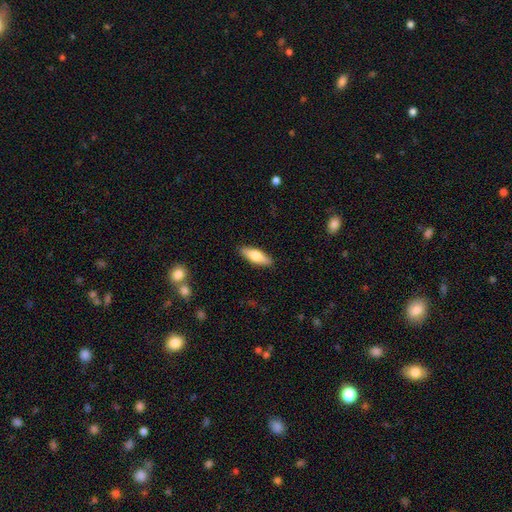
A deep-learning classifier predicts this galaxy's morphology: smooth 67%, featured or disk 28%, star or artifact 6%. Down the decision tree: how rounded — in between (55%); merging — none (89%).